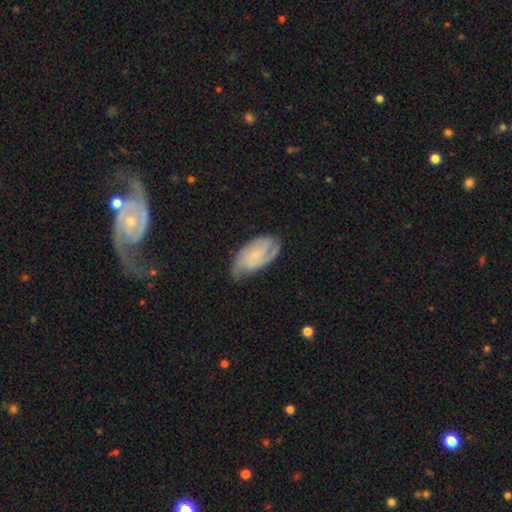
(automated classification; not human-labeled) The model was most divided on "spiral winding": tight: 47%, medium: 39%, loose: 14%. Remaining: edge-on disk — no (95%); spiral arms — yes (92%); bar — no (67%); smooth or featured — featured or disk (65%); bulge size — small (62%); merging — none (61%); spiral arm count — 2 (48%).